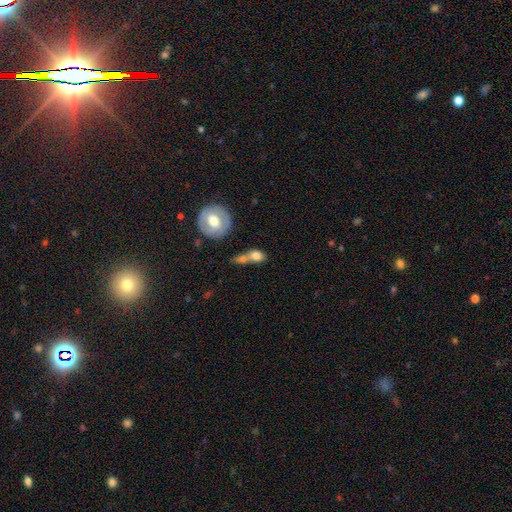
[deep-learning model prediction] This is likely a smooth galaxy (70%). How rounded: possibly in between (51%). Merging: possibly merger (48%).